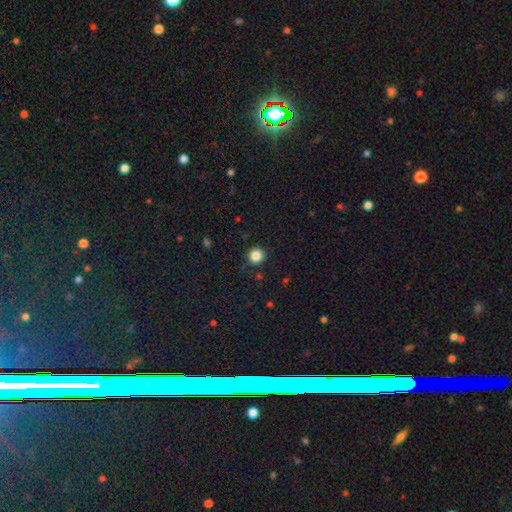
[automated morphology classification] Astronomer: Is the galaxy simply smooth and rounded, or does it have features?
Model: smooth — 85%.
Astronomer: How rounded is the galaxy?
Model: round — 94%.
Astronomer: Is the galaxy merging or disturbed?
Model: none — 91%.